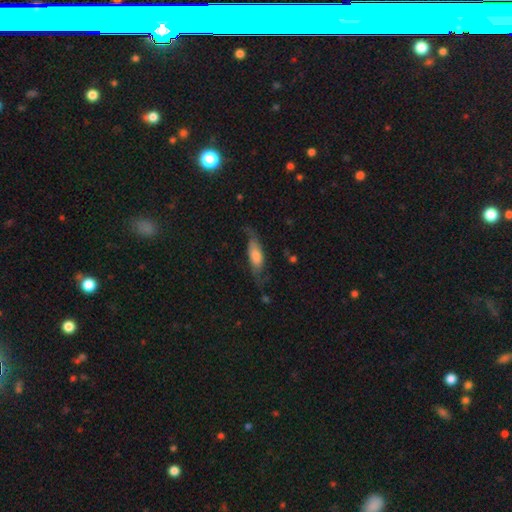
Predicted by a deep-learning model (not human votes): Overall: featured or disk (51%; smooth 42%). Edge-on disk: no (74%). Merging: none (59%; minor disturbance 23%).